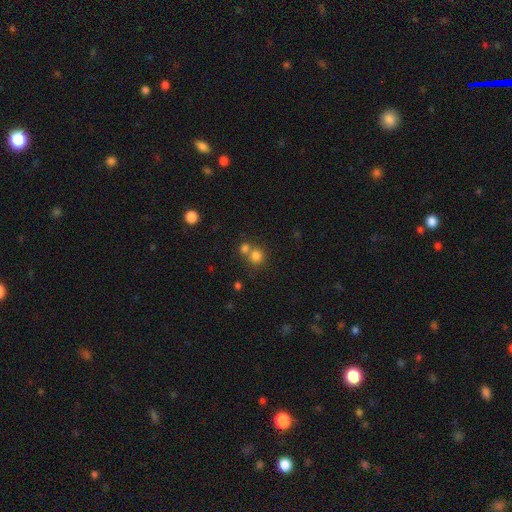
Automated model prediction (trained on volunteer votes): Overall: smooth (78%). How rounded: round (87%). Merging: none (51%; merger 40%).